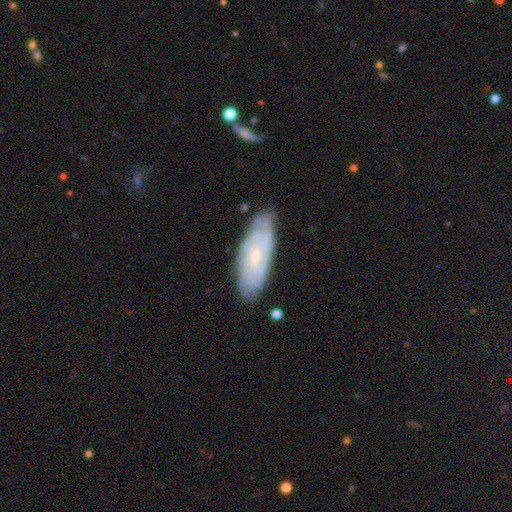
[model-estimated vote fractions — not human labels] Q: Smooth or featured?
A: featured or disk (70%); runner-up: smooth (23%)
Q: Edge-on disk?
A: no (87%); runner-up: yes (13%)
Q: Bar?
A: no (68%); runner-up: weak (26%)
Q: Spiral arms?
A: yes (90%); runner-up: no (10%)
Q: Spiral winding?
A: tight (70%); runner-up: medium (23%)
Q: Spiral arm count?
A: can't tell (53%); runner-up: 2 (15%)
Q: Bulge size?
A: small (77%); runner-up: moderate (17%)
Q: Merging?
A: none (77%); runner-up: minor disturbance (18%)